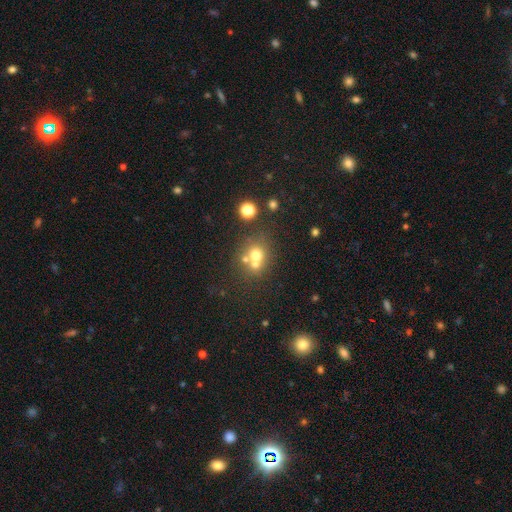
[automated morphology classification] Smooth or featured? smooth (63%)
How rounded? round (78%)
Merging? none (45%)